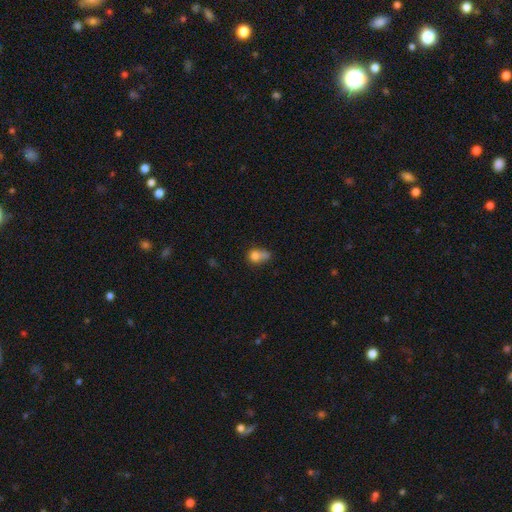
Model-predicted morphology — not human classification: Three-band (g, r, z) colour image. It shows a smooth galaxy with no disk features (74%) that is in between round and cigar-shaped (52%). Merging: none (28%, tied with merger).